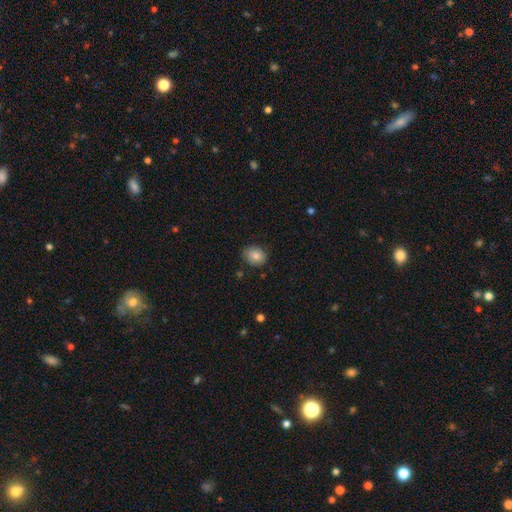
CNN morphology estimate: smooth 80%, featured or disk 11%, star or artifact 8%. Down the decision tree: how rounded — round (53%); merging — none (80%).